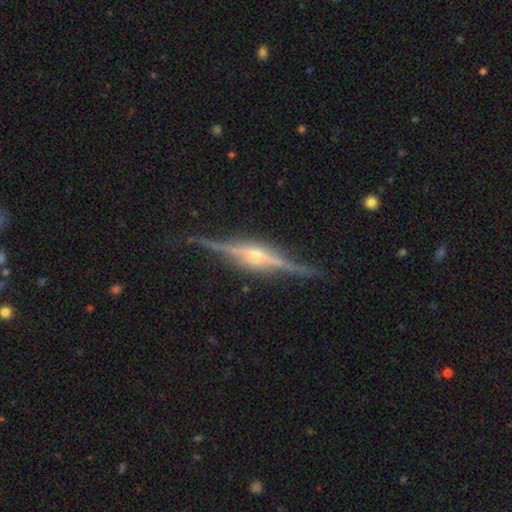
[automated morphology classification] smooth-or-featured: featured or disk: 90% | star or artifact: 5% | smooth: 5%
  disk-edge-on: yes: 98% | no: 2%
    edge-on-bulge: rounded: 82% | boxy: 14% | none: 4%
  merging: none: 89% | minor disturbance: 8% | major disturbance: 2% | merger: 1%